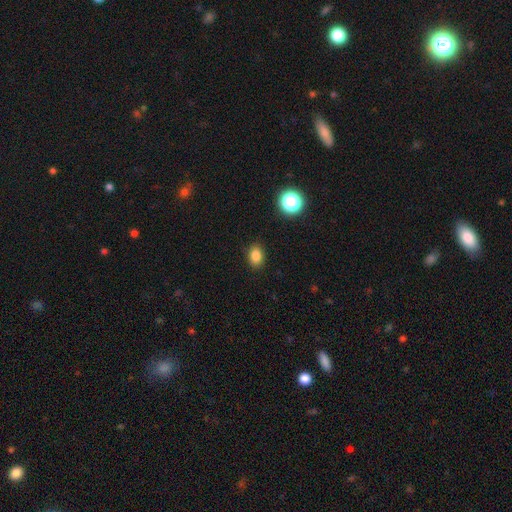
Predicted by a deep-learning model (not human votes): The model was most divided on "how rounded": in between: 72%, round: 27%, cigar-shaped: 1%. More confident: merging — none (87%); smooth or featured — smooth (83%).